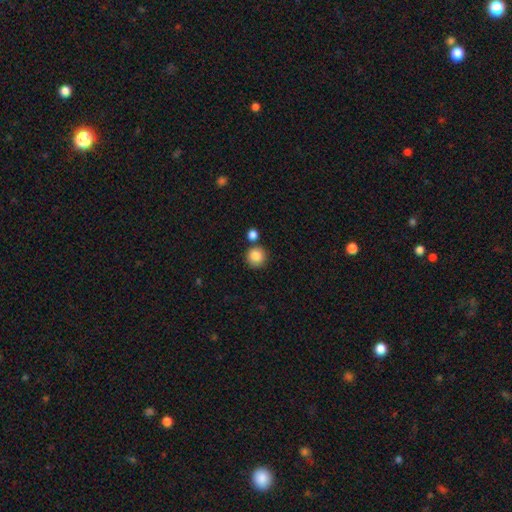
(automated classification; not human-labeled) Smooth or featured: smooth — 86% (star or artifact — 9%)
How rounded: round — 93% (in between — 6%)
Merging: none — 78% (merger — 12%)